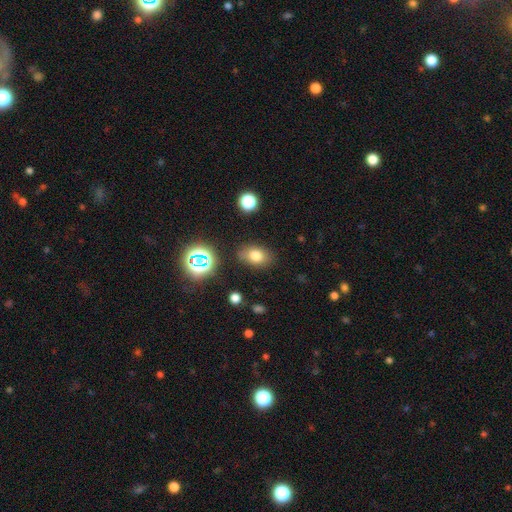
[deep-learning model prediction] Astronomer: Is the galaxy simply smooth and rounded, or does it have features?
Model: smooth — 75%.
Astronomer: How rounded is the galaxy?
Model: in between — 78%.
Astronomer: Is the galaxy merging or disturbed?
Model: none — 80%.